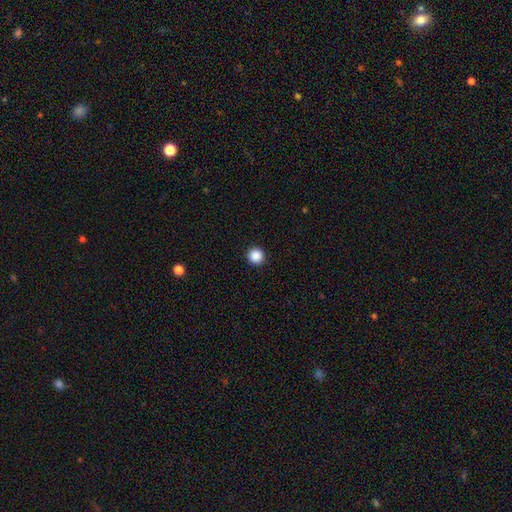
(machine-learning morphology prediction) Smooth or featured? smooth (88%)
How rounded? round (95%)
Merging? none (93%)